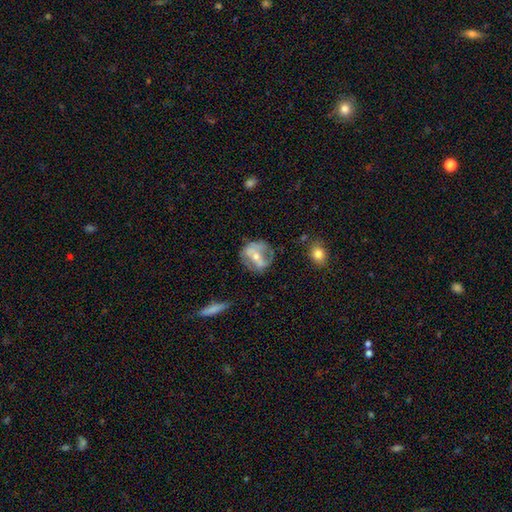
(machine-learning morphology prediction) Smooth or featured? Predicted: featured or disk (p=0.58). Edge-on disk? Predicted: no (p=0.94). Bar? Predicted: no (p=0.41). Spiral arms? Predicted: no (p=0.62). Bulge size? Predicted: moderate (p=0.49). Merging? Predicted: none (p=0.54).